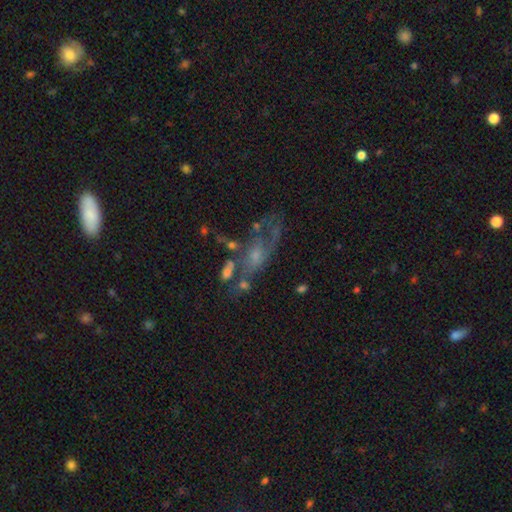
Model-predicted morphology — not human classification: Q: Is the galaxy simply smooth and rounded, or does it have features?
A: featured or disk — 61%.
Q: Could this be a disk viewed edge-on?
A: no — 89%.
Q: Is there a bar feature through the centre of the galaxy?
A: no — 72%.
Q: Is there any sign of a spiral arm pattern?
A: yes — 55%.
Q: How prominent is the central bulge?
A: small — 45%.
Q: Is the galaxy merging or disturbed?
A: none — 35%.